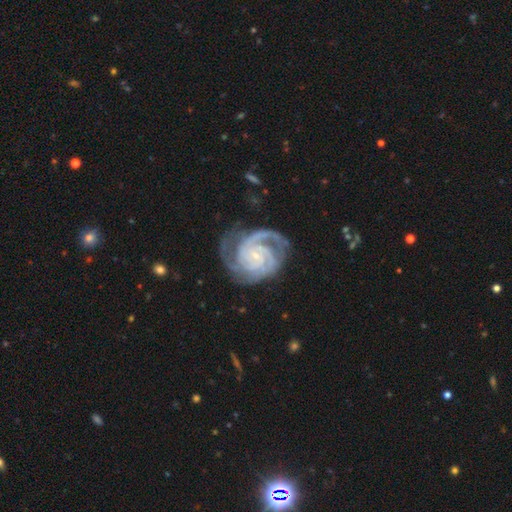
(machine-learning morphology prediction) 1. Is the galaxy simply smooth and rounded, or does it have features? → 93% featured or disk, 4% star or artifact, 3% smooth.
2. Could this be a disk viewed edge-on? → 98% no, 2% yes.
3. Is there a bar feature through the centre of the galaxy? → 62% no, 28% weak, 9% strong.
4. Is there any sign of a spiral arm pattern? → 99% yes, 1% no.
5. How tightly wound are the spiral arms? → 70% tight, 27% medium, 3% loose.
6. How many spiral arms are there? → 43% 3, 22% 2, 13% 4, 10% can't tell, 6% more than 4, 6% 1.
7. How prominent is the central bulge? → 82% small, 11% moderate, 4% none, 1% large, 1% dominant.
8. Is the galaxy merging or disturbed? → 70% none, 19% minor disturbance, 10% major disturbance, 2% merger.